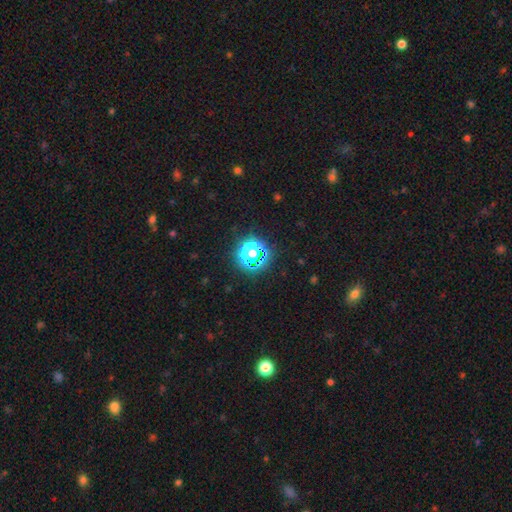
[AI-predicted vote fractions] Smooth or featured? Predicted: star or artifact (p=0.71).